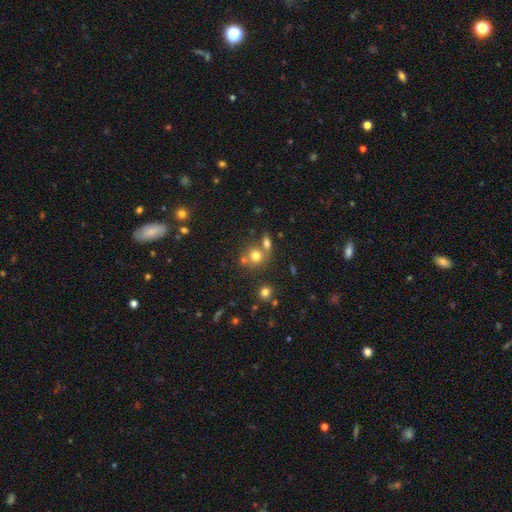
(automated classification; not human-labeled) A smooth galaxy with no disk features (71%) that is round (80%). Merging: none (50%).